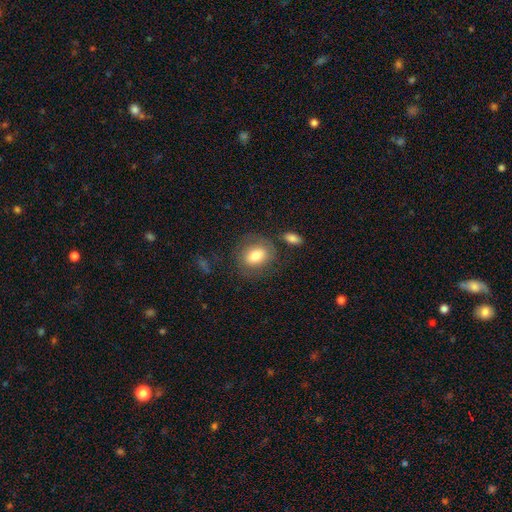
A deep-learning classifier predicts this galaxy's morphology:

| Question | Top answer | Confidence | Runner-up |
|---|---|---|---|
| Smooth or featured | smooth | 76% | featured or disk (16%) |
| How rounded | in between | 56% | round (43%) |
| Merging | none | 70% | minor disturbance (17%) |